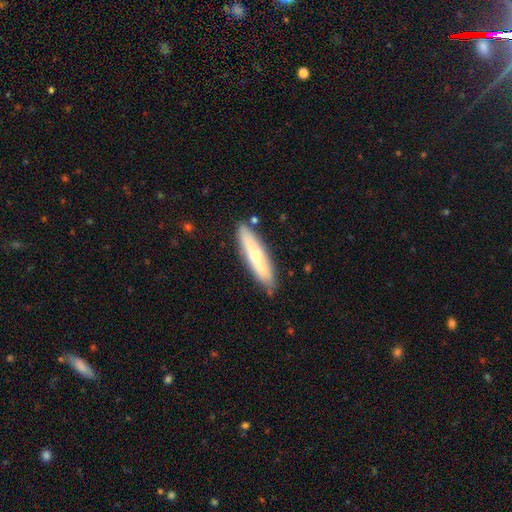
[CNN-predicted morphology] smooth_or_featured: smooth (p=0.55) [alt: featured or disk p=0.39]
how_rounded: cigar-shaped (p=0.77) [alt: in between p=0.22]
merging: none (p=0.81) [alt: minor disturbance p=0.13]